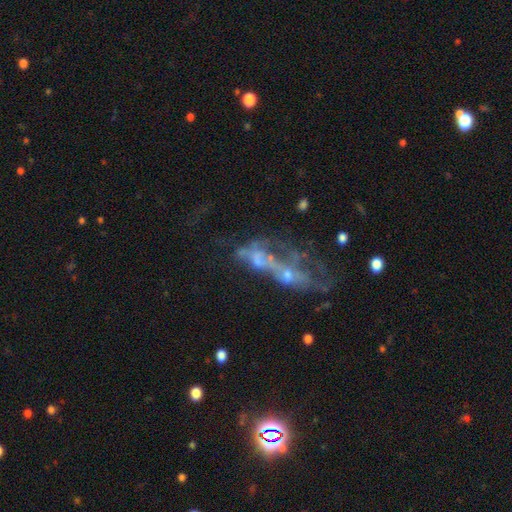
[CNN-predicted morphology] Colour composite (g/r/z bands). It shows a featured or disk galaxy (59%) with no bar (87%), no spiral arms (89%) and no central bulge (46%). Merging: merger (37%).